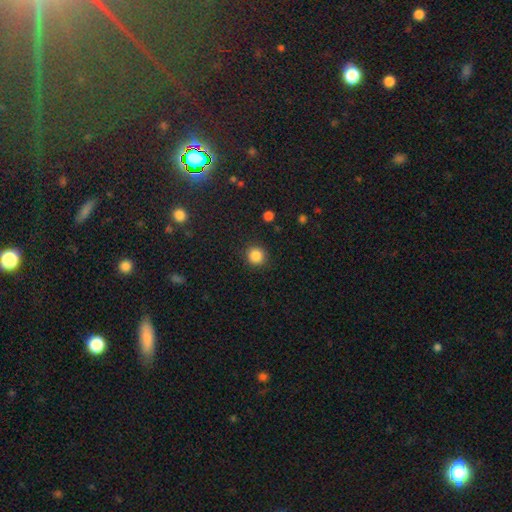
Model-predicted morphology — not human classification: smooth 86%, star or artifact 11%, featured or disk 4%. Down the decision tree: how rounded — round (92%); merging — none (91%).